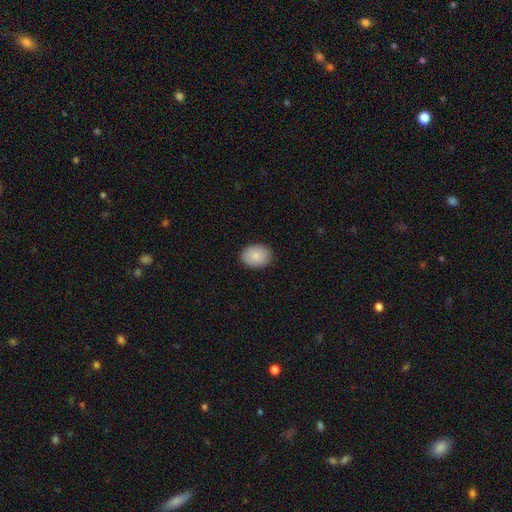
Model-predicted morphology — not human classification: A smooth galaxy with no disk features (87%) that is in between round and cigar-shaped (72%). Merging: none (89%).